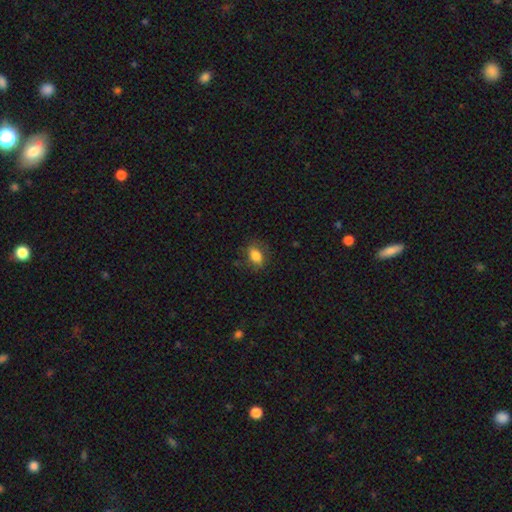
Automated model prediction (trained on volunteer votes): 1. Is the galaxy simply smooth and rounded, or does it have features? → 79% smooth, 12% featured or disk, 9% star or artifact.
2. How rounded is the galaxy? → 82% in between, 14% round, 5% cigar-shaped.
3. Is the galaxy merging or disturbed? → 78% none, 16% minor disturbance, 5% major disturbance, 1% merger.